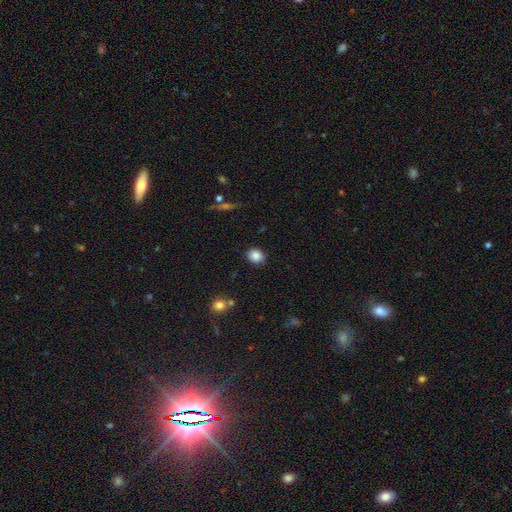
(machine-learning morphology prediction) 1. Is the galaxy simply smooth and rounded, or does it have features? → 86% smooth, 9% star or artifact, 5% featured or disk.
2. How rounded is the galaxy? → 58% round, 41% in between, 1% cigar-shaped.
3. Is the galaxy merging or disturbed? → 88% none, 8% minor disturbance, 2% major disturbance, 2% merger.